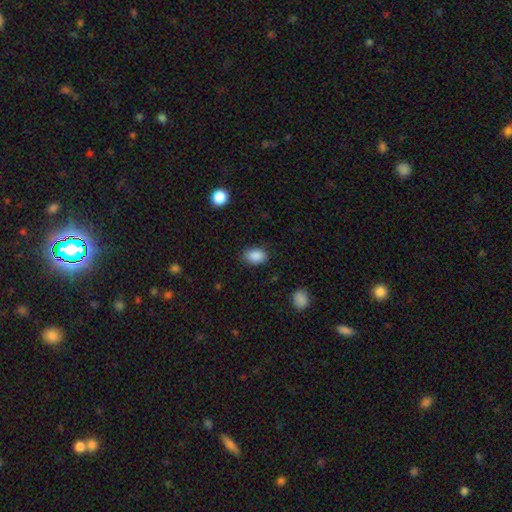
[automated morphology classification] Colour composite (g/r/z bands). It shows a smooth galaxy with no disk features (88%) that is in between round and cigar-shaped (83%). Merging: none (83%).